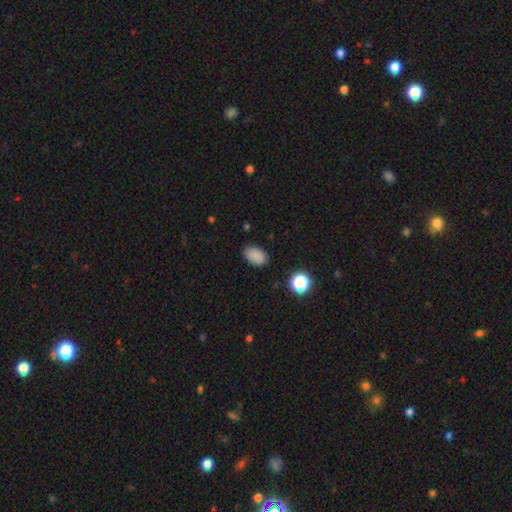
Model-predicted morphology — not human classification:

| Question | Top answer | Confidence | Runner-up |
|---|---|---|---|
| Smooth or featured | smooth | 85% | star or artifact (11%) |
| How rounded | in between | 87% | round (12%) |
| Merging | none | 85% | minor disturbance (11%) |